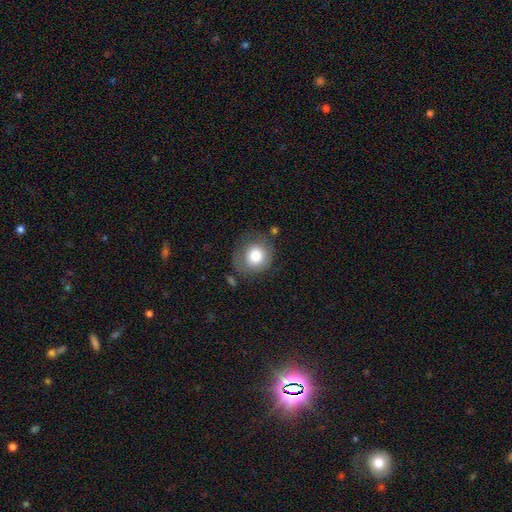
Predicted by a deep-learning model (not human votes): A smooth galaxy with no disk features (79%) that is round (86%).

Vote fractions:
- Smooth or featured? smooth: 79% / featured or disk: 12% / star or artifact: 8%
- How rounded? round: 86% / in between: 13% / cigar-shaped: 1%
- Merging? none: 67% / minor disturbance: 20% / major disturbance: 9% / merger: 4%